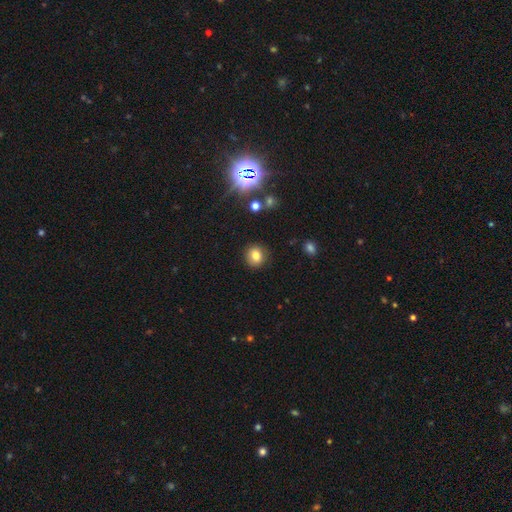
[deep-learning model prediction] This appears to be a smooth galaxy with no disk features (78%) that is round (83%). Merging: none (88%).